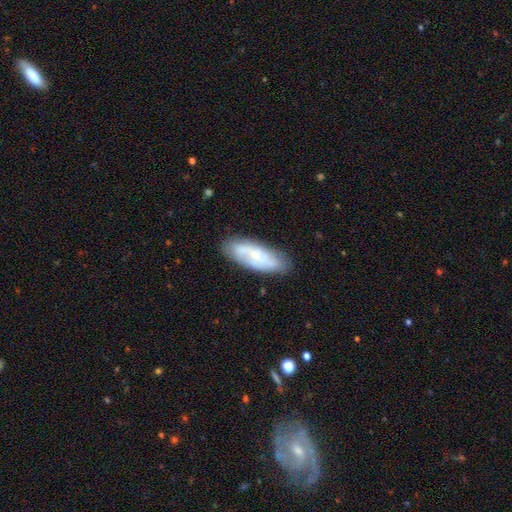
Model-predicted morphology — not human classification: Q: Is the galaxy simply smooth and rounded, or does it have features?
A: featured or disk — 51%.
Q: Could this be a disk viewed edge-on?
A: no — 84%.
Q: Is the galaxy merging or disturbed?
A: none — 78%.